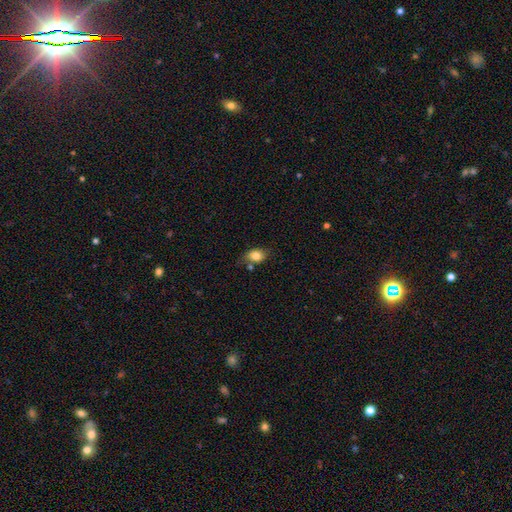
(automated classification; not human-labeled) smooth_or_featured: smooth (p=0.82) [alt: star or artifact p=0.09]
how_rounded: in between (p=0.68) [alt: round p=0.30]
merging: none (p=0.65) [alt: minor disturbance p=0.22]